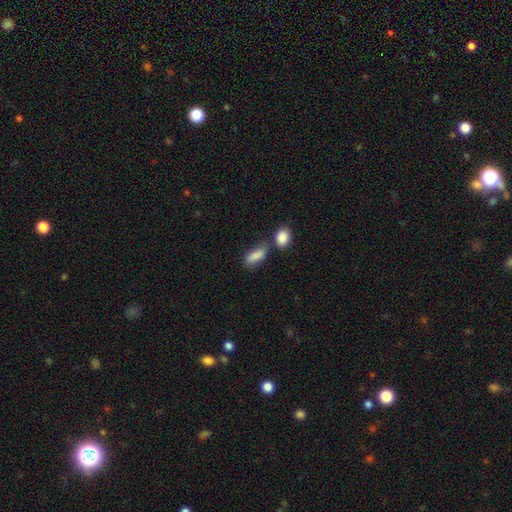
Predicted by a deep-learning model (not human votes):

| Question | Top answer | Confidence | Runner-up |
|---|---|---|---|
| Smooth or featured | smooth | 86% | star or artifact (7%) |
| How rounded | in between | 74% | cigar-shaped (21%) |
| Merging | none | 49% | merger (30%) |